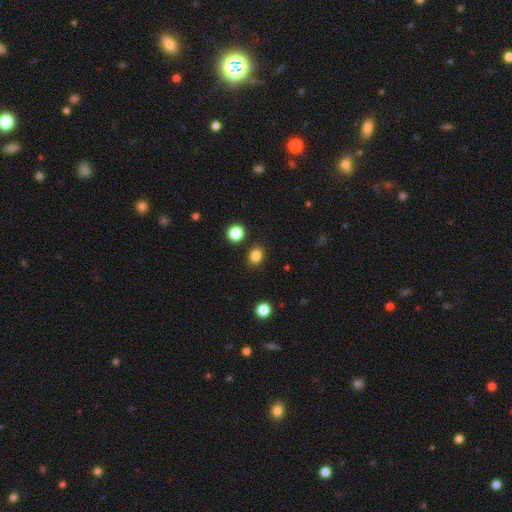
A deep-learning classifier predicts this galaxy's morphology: This appears to be a smooth galaxy with no disk features (83%) that is round (56%). Merging: none (87%).